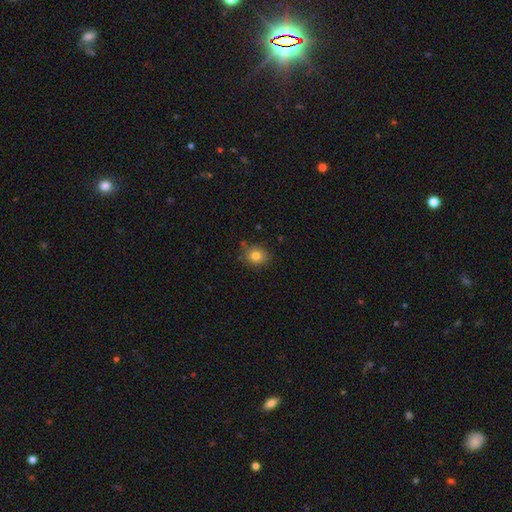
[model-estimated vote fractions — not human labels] Morphology: type=smooth (80%); roundness=round (71%); merging=none (81%).